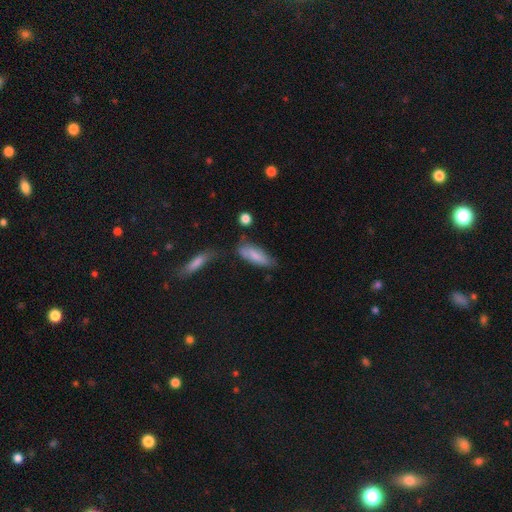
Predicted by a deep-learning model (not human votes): Overall: smooth (75%). How rounded: in between (60%; cigar-shaped 38%). Merging: none (53%; minor disturbance 28%).